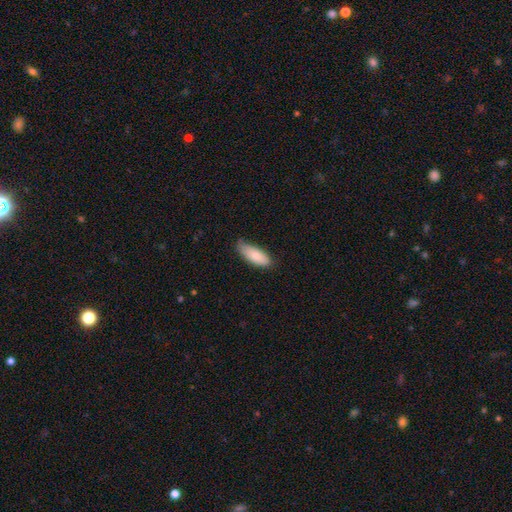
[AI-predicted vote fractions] smooth_or_featured: smooth (p=0.82) [alt: featured or disk p=0.12]
how_rounded: in between (p=0.76) [alt: cigar-shaped p=0.23]
merging: none (p=0.69) [alt: minor disturbance p=0.26]